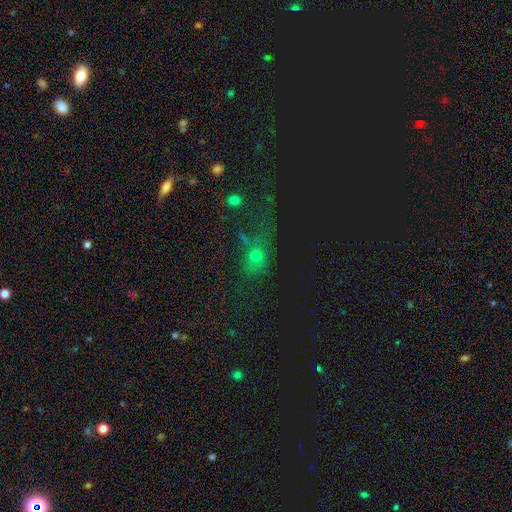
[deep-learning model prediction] smooth-or-featured: smooth: 48% | star or artifact: 35% | featured or disk: 17%
  merging: none: 40% | major disturbance: 29% | minor disturbance: 18% | merger: 13%